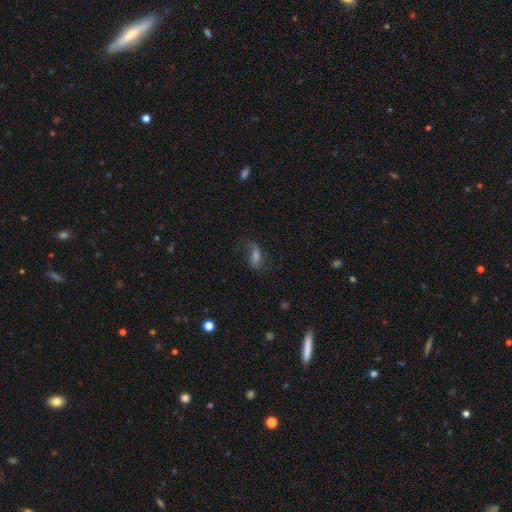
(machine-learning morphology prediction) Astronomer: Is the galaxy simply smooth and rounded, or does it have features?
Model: featured or disk — 46% (runner-up: smooth, 36%).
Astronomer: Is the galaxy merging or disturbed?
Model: none — 64%.